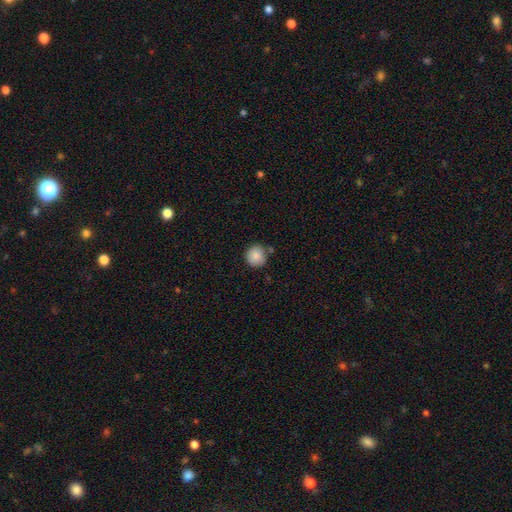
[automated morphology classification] smooth_or_featured: smooth (p=0.87) [alt: star or artifact p=0.08]
how_rounded: round (p=0.93) [alt: in between p=0.06]
merging: none (p=0.79) [alt: minor disturbance p=0.11]